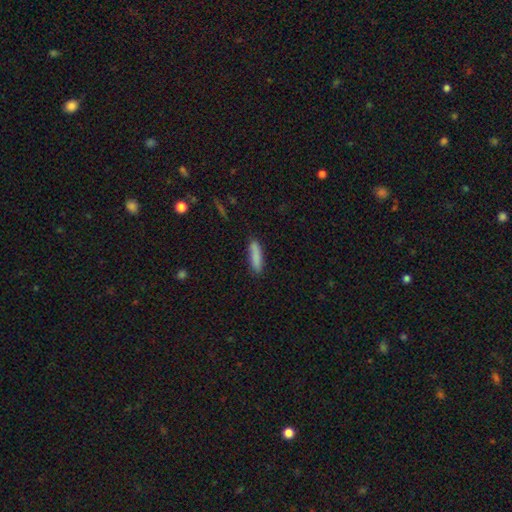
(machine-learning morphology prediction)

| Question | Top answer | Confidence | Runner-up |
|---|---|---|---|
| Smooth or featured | smooth | 86% | featured or disk (7%) |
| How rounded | cigar-shaped | 74% | in between (24%) |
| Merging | none | 85% | minor disturbance (12%) |